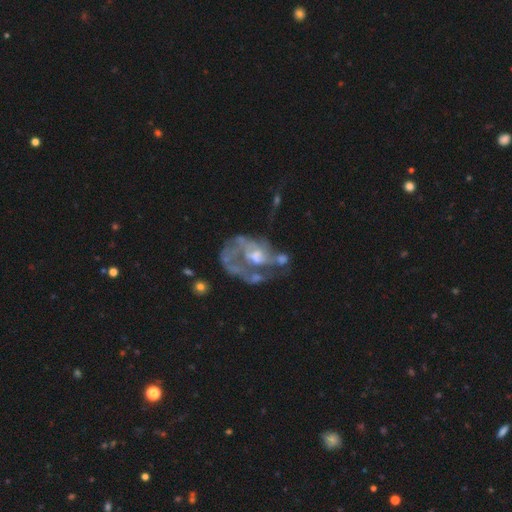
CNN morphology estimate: Smooth or featured?
  - featured or disk: 76% *
  - smooth: 14%
  - star or artifact: 10%
Edge-on disk?
  - no: 98% *
  - yes: 2%
Bar?
  - no: 76% *
  - weak: 20%
  - strong: 4%
Spiral arms?
  - no: 51% *
  - yes: 49%
Bulge size?
  - moderate: 47% *
  - small: 23%
  - none: 20%
  - large: 9%
  - dominant: 2%
Merging?
  - major disturbance: 37% *
  - none: 27%
  - merger: 21%
  - minor disturbance: 15%